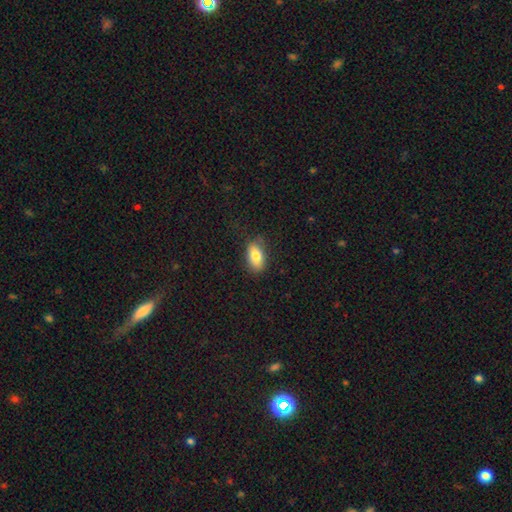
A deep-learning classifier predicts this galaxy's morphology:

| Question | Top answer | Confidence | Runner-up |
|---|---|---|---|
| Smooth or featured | smooth | 80% | featured or disk (12%) |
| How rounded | in between | 89% | round (6%) |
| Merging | none | 80% | minor disturbance (15%) |